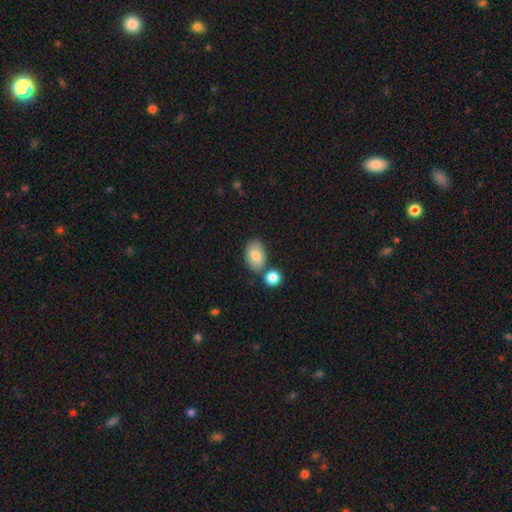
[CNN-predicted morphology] A smooth galaxy with no disk features (77%) that is in between round and cigar-shaped (85%).

Vote fractions:
- Smooth or featured? smooth: 77% / featured or disk: 16% / star or artifact: 7%
- How rounded? in between: 85% / round: 13% / cigar-shaped: 1%
- Merging? none: 59% / merger: 21% / minor disturbance: 16% / major disturbance: 4%